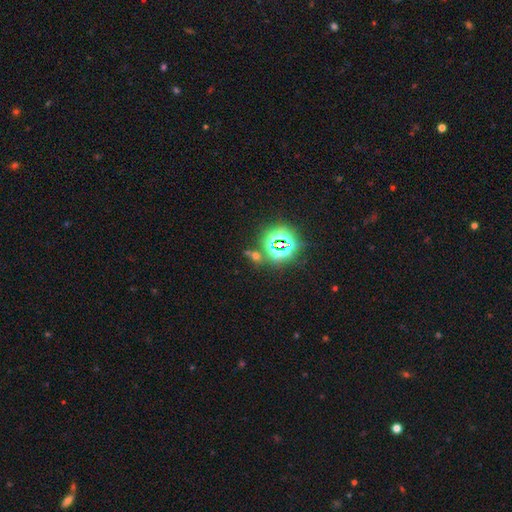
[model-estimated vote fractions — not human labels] smooth_or_featured: star or artifact (p=0.60) [alt: smooth p=0.31]